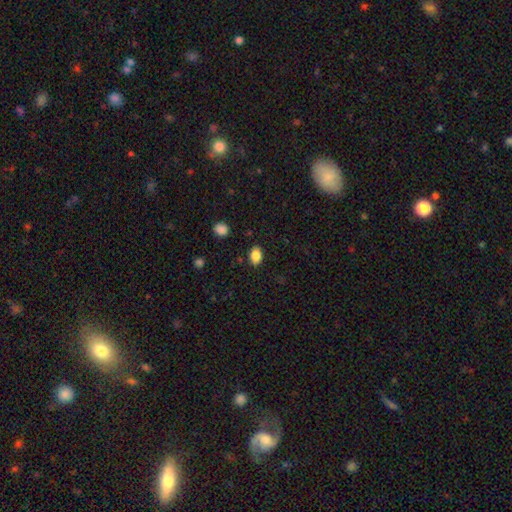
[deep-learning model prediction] A smooth galaxy with no disk features (87%) that is in between round and cigar-shaped (80%). Merging: none (86%).